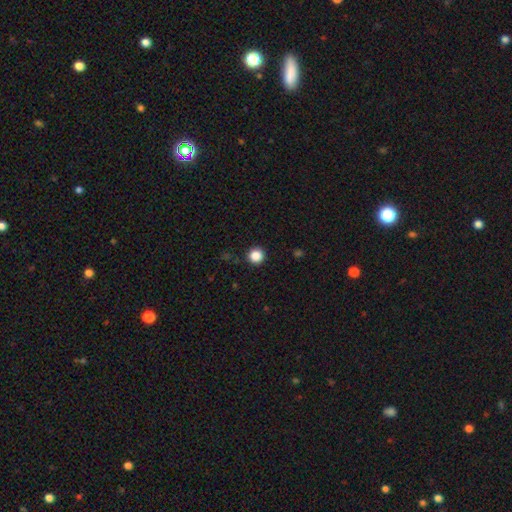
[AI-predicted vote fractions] smooth_or_featured: smooth (p=0.86) [alt: star or artifact p=0.11]
how_rounded: round (p=0.96) [alt: in between p=0.03]
merging: none (p=0.92) [alt: minor disturbance p=0.05]